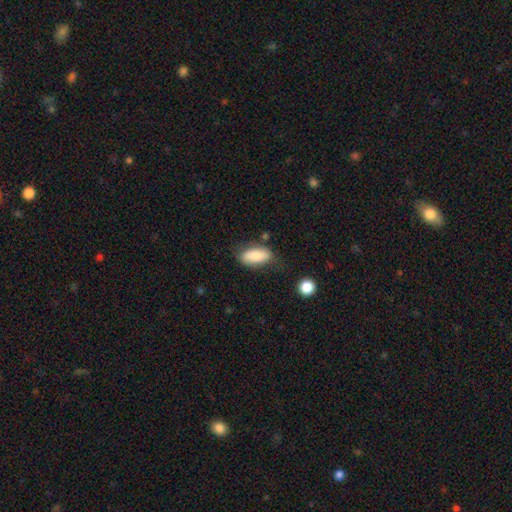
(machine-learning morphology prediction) smooth 82%, featured or disk 12%, star or artifact 7%. Down the decision tree: how rounded — in between (89%); merging — none (68%).